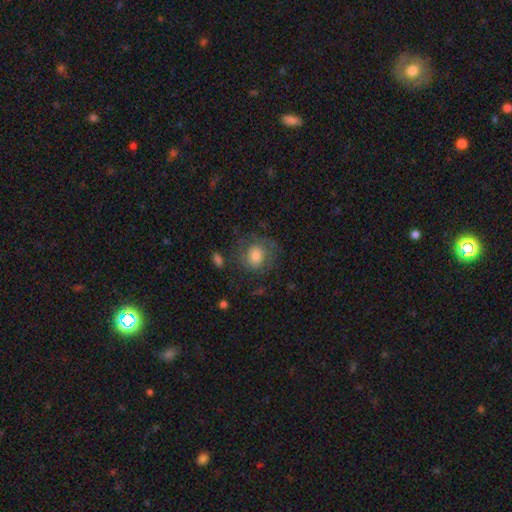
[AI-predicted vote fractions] Smooth or featured? smooth (64%)
How rounded? round (77%)
Merging? none (63%)